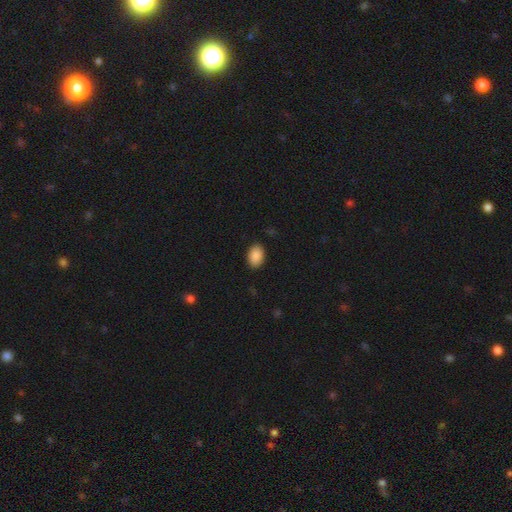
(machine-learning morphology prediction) This appears to be a smooth galaxy with no disk features (90%) that is in between round and cigar-shaped (86%). Merging: none (88%).